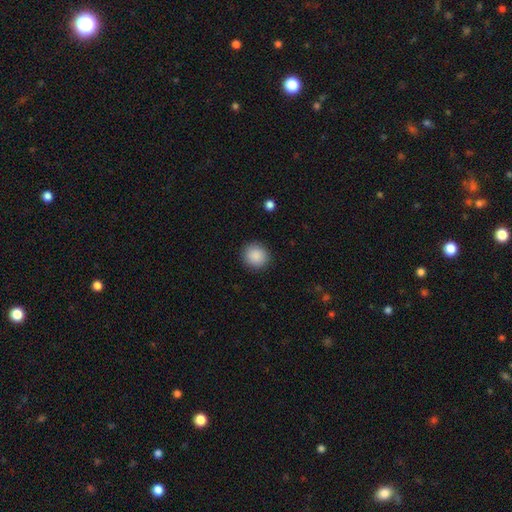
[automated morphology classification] Smooth or featured? smooth (89%)
How rounded? round (90%)
Merging? none (91%)